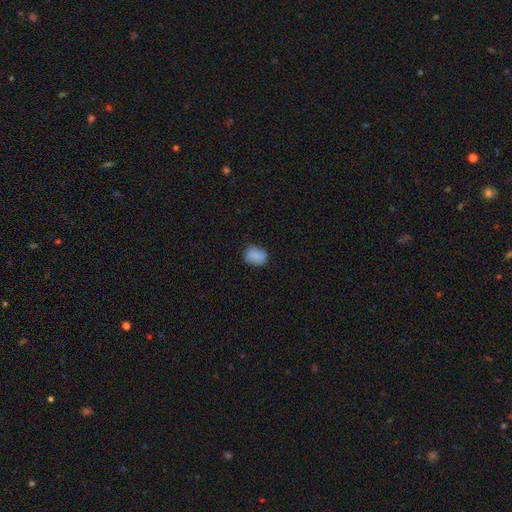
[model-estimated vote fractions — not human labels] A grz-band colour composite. It shows a smooth galaxy with no disk features (85%) that is in between round and cigar-shaped (61%). Merging: none (70%).